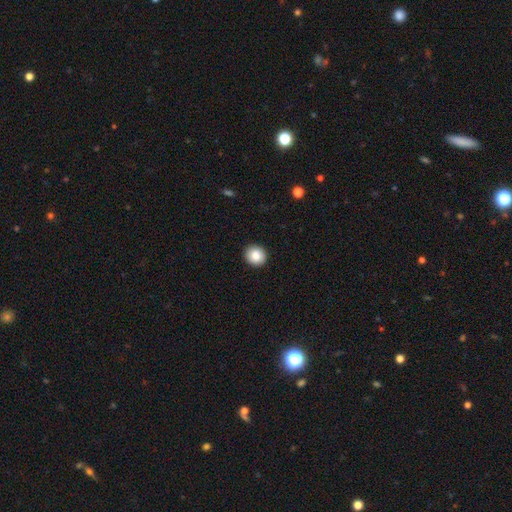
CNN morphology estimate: Overall: smooth (86%). How rounded: round (86%). Merging: none (92%).